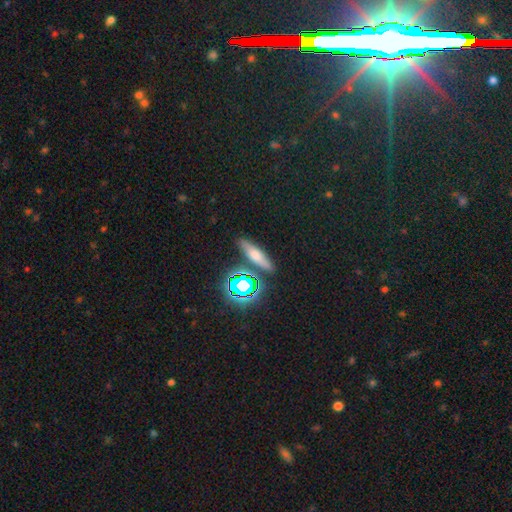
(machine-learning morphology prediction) type=smooth (53%); roundness=cigar-shaped (62%); merging=none (84%).